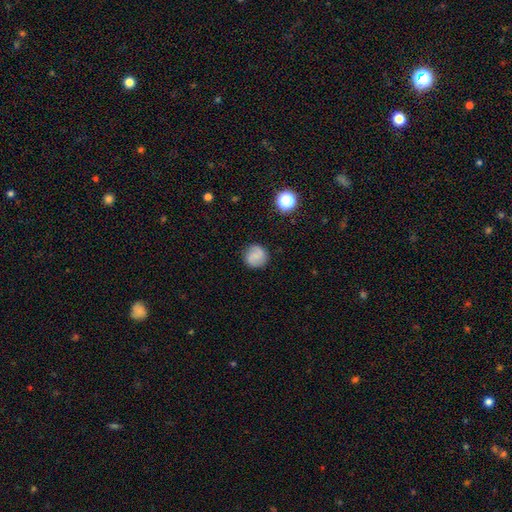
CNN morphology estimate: Smooth or featured? smooth (52%)
How rounded? round (91%)
Merging? none (85%)